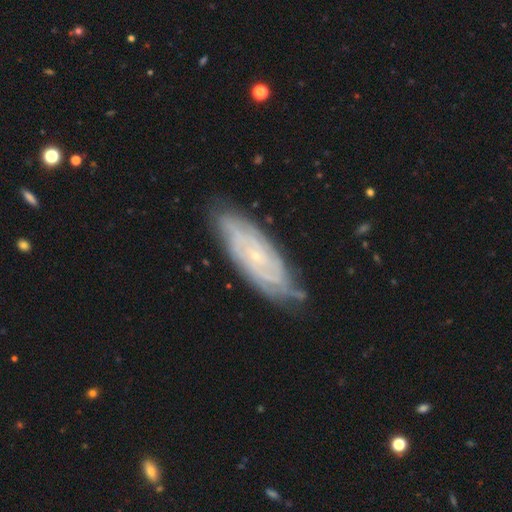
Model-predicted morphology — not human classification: A featured or disk galaxy (79%) with no bar (74%), tight (73%) spiral arms (93%) and a small central bulge (84%).

Vote fractions:
- Smooth or featured? featured or disk: 79% / smooth: 15% / star or artifact: 6%
- Edge-on disk? no: 87% / yes: 13%
- Bar? no: 74% / weak: 21% / strong: 5%
- Spiral arms? yes: 93% / no: 7%
- Spiral winding? tight: 73% / medium: 22% / loose: 5%
- Spiral arm count? can't tell: 47% / 2: 16% / 4: 13% / 3: 12% / more than 4: 7% / 1: 5%
- Bulge size? small: 84% / moderate: 11% / none: 3% / large: 1% / dominant: 1%
- Merging? none: 76% / minor disturbance: 18% / major disturbance: 4% / merger: 2%